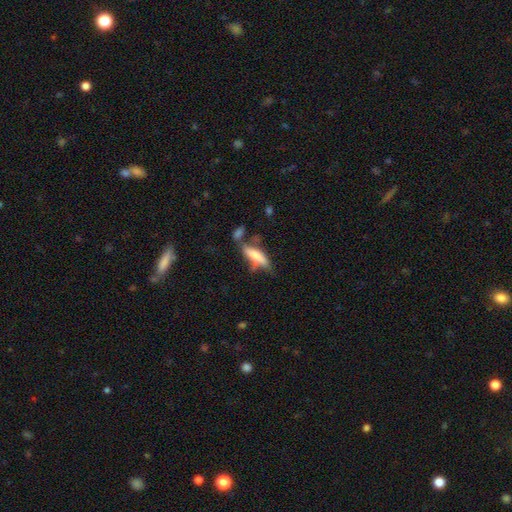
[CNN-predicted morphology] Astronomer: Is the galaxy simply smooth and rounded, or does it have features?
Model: smooth — 63%.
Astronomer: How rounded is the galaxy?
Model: cigar-shaped — 57% (runner-up: in between, 41%).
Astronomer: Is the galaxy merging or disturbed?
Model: none — 43% (runner-up: minor disturbance, 23%).